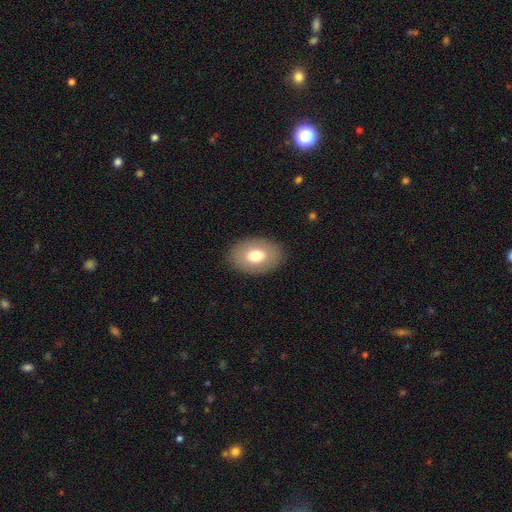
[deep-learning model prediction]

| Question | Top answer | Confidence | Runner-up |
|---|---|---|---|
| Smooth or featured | smooth | 71% | featured or disk (21%) |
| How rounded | in between | 80% | round (19%) |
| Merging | none | 87% | minor disturbance (9%) |